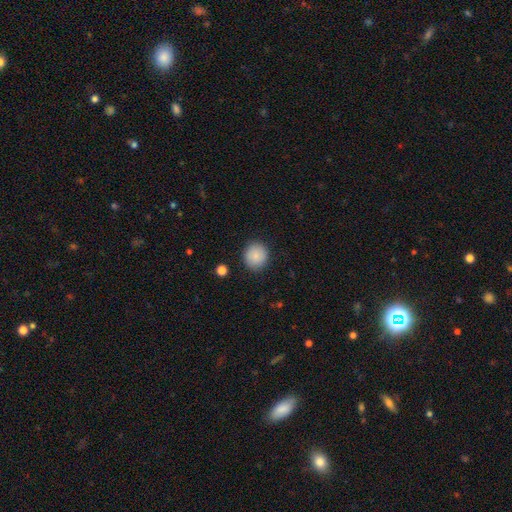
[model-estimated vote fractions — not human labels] The model was most divided on "how rounded": round: 84%, in between: 15%, cigar-shaped: 1%. More confident: merging — none (88%); smooth or featured — smooth (86%).